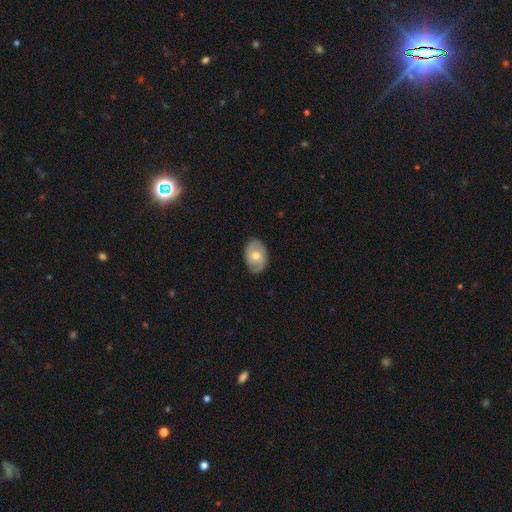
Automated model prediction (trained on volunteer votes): Smooth or featured?
  - smooth: 49% *
  - featured or disk: 45%
  - star or artifact: 7%
Merging?
  - none: 83% *
  - minor disturbance: 13%
  - major disturbance: 3%
  - merger: 1%